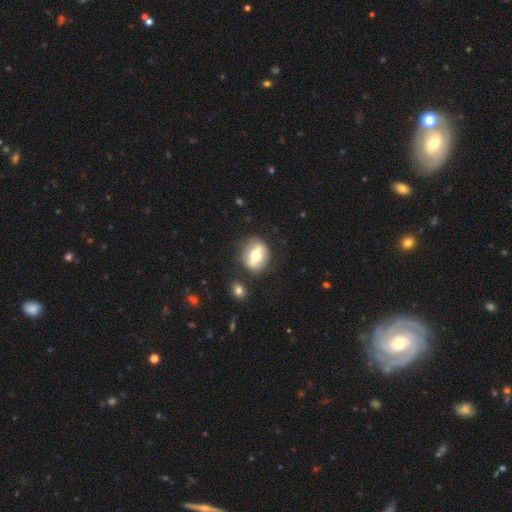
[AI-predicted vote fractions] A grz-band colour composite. It shows a smooth galaxy with no disk features (48%). Merging: none (75%).